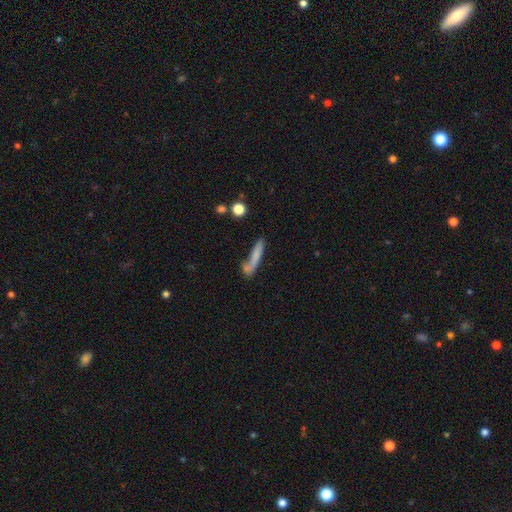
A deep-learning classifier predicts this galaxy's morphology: The model was most divided on "merging": none: 46%, merger: 22%, minor disturbance: 19%, major disturbance: 14%. More confident: how rounded — cigar-shaped (86%); smooth or featured — smooth (65%).